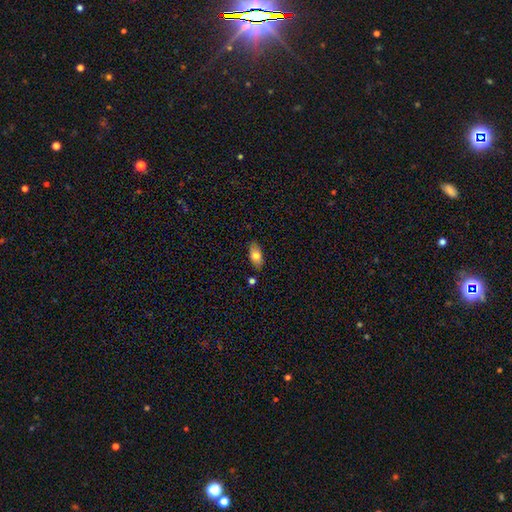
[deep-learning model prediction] The model was most divided on "smooth or featured": smooth: 73%, featured or disk: 19%, star or artifact: 8%. More confident: how rounded — in between (88%); merging — none (79%).